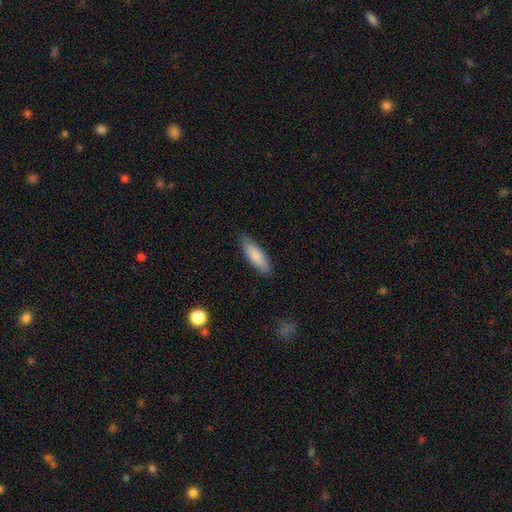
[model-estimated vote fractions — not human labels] This appears to be a smooth galaxy with no disk features (86%) that is in between round and cigar-shaped (57%). Merging: none (84%).